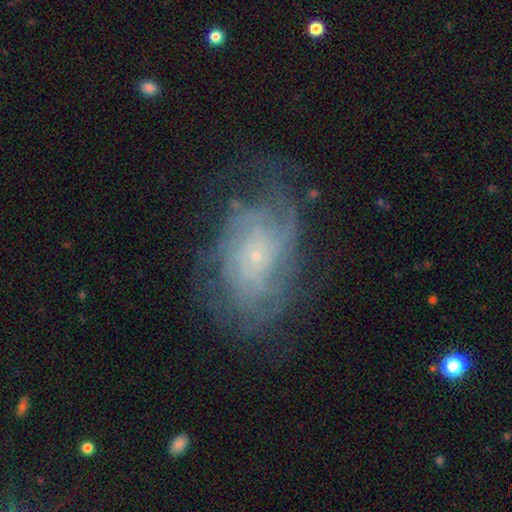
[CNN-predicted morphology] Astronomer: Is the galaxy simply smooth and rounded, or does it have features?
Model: featured or disk — 76%.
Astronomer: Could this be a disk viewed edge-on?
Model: no — 96%.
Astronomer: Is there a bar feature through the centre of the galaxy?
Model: no — 78%.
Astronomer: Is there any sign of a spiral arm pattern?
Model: yes — 87%.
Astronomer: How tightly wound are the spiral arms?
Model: tight — 60%.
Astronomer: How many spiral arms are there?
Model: can't tell — 49%.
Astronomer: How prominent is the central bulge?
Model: small — 86%.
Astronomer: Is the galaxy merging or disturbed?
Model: none — 62%.